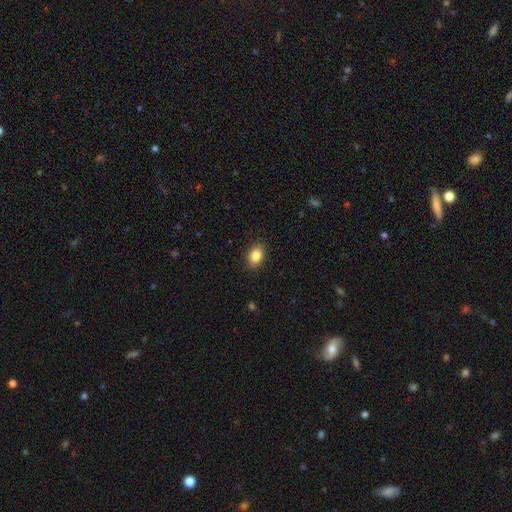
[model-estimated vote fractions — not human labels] This is clearly a smooth galaxy (85%). How rounded: likely in between (77%). Merging: clearly none (89%).